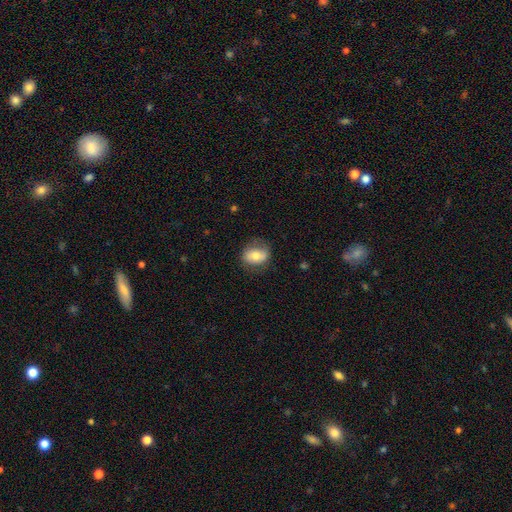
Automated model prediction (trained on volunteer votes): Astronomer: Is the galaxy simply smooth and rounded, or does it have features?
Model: smooth — 69%.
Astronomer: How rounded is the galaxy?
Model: in between — 69%.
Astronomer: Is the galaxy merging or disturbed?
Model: none — 73%.